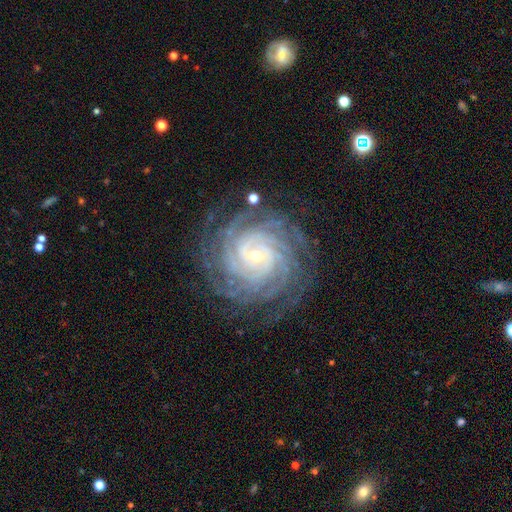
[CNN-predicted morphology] featured or disk 92%, star or artifact 5%, smooth 3%. Down the decision tree: edge-on disk — no (98%); bar — no (55%); spiral arms — yes (99%); spiral arm count — more than 4 (34%); spiral winding — tight (85%); bulge size — small (70%); merging — none (83%).